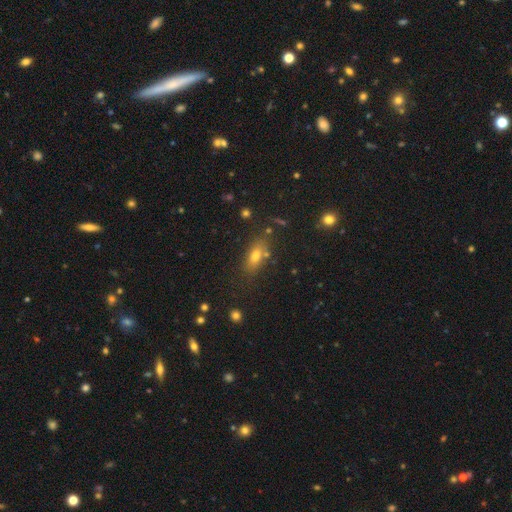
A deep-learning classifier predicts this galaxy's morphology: Smooth or featured? smooth (69%)
How rounded? in between (75%)
Merging? none (73%)